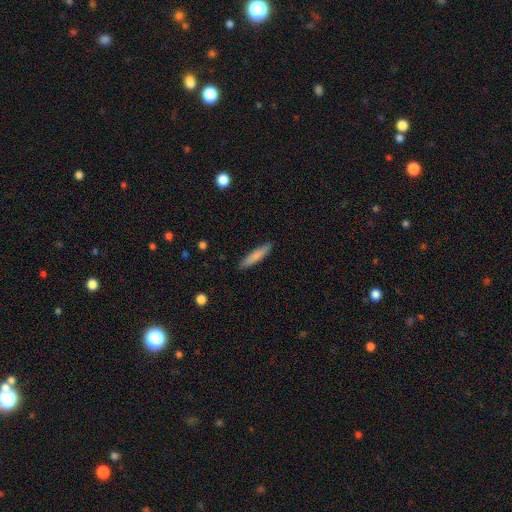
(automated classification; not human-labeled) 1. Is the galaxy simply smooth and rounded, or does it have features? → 78% smooth, 16% featured or disk, 6% star or artifact.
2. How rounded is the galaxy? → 87% cigar-shaped, 12% in between, 1% round.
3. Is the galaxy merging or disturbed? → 90% none, 8% minor disturbance, 2% major disturbance, 1% merger.